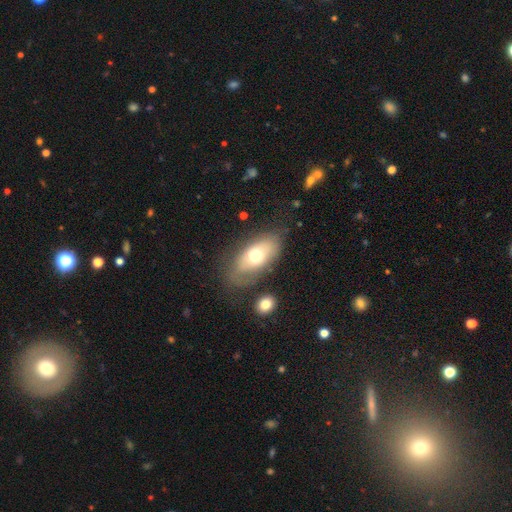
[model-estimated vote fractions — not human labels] A smooth galaxy with no disk features (62%) that is in between round and cigar-shaped (89%). Merging: none (63%).